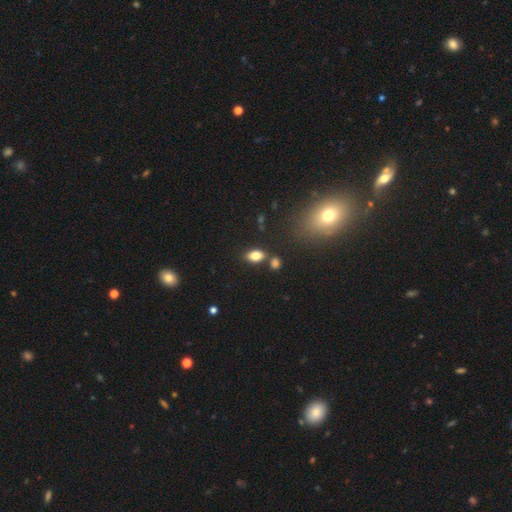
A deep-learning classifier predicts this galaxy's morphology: A smooth galaxy with no disk features (81%) that is in between round and cigar-shaped (87%).

Vote fractions:
- Smooth or featured? smooth: 81% / star or artifact: 10% / featured or disk: 9%
- How rounded? in between: 87% / round: 9% / cigar-shaped: 3%
- Merging? none: 72% / merger: 13% / minor disturbance: 12% / major disturbance: 3%